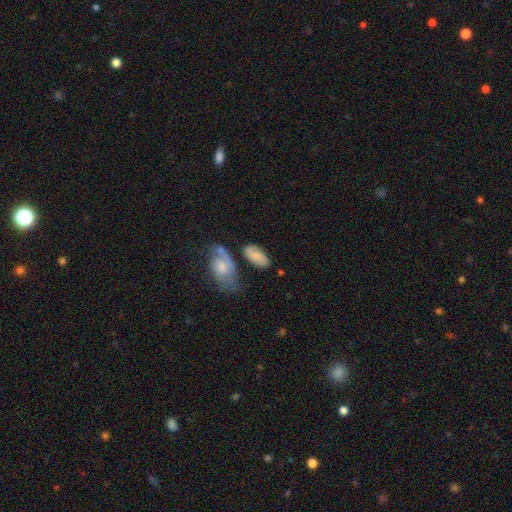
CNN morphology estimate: The model was most divided on "merging": none: 54%, minor disturbance: 22%, merger: 14%, major disturbance: 10%. More confident: how rounded — in between (92%); smooth or featured — smooth (68%).